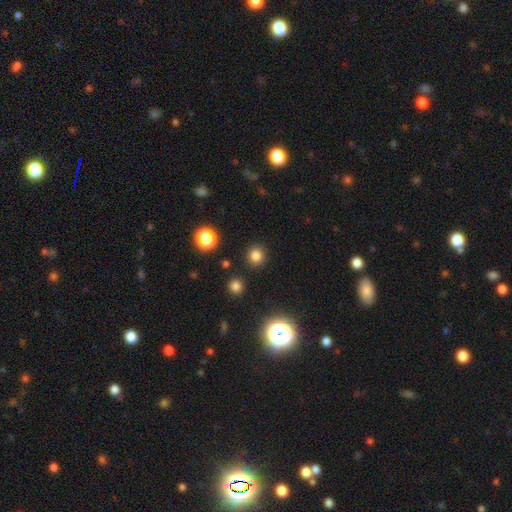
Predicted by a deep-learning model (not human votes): Overall: smooth (79%). How rounded: round (90%). Merging: none (89%).